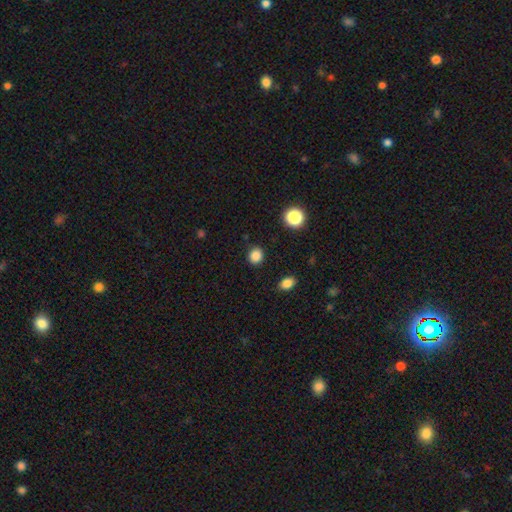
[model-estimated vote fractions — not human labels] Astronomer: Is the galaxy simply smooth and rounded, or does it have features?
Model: smooth — 86%.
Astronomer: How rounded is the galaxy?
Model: round — 81%.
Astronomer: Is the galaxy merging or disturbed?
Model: none — 89%.